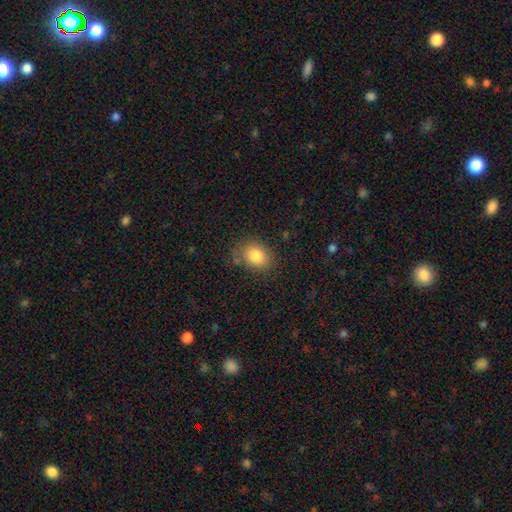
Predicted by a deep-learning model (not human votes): Smooth or featured: smooth — 85% (star or artifact — 9%)
How rounded: in between — 63% (round — 36%)
Merging: none — 73% (minor disturbance — 19%)